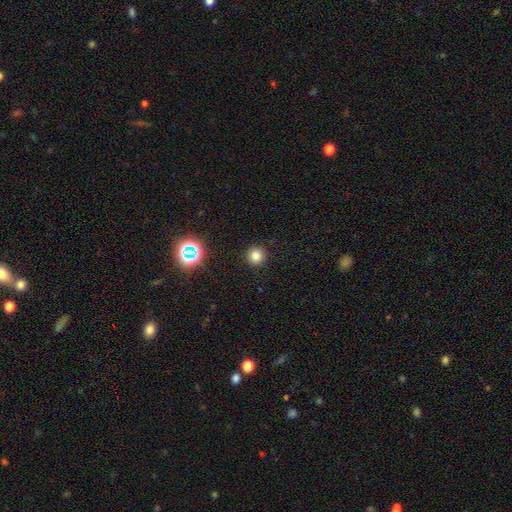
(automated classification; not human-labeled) smooth 79%, star or artifact 16%, featured or disk 5%. Down the decision tree: how rounded — round (95%); merging — none (92%).